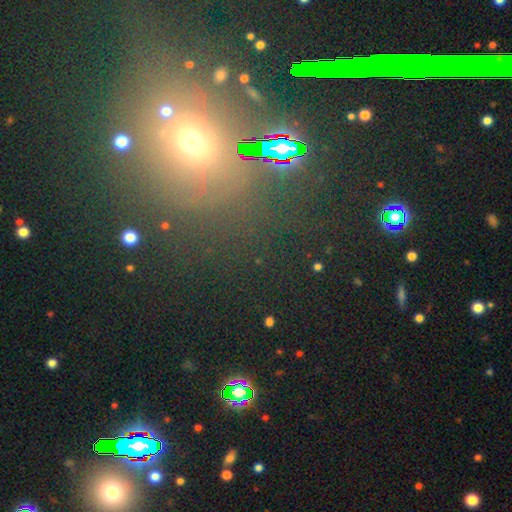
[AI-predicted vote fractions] star or artifact 58%, smooth 29%, featured or disk 12%.